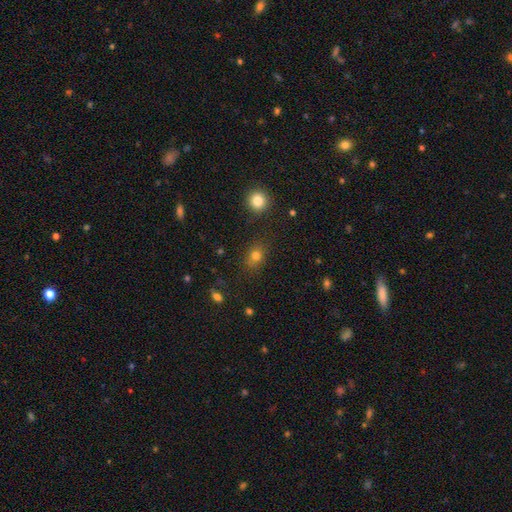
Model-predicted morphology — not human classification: Smooth or featured? smooth (78%)
How rounded? round (52%)
Merging? none (82%)